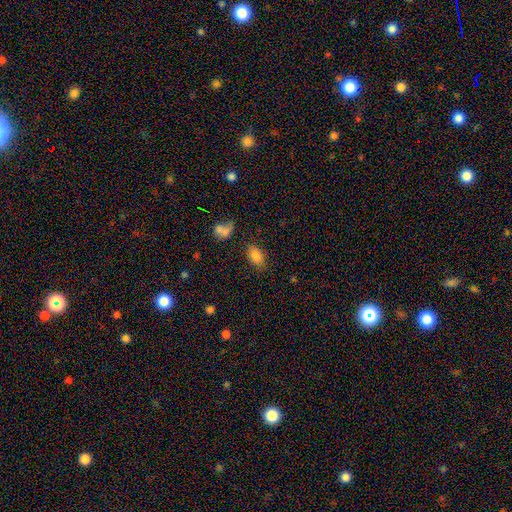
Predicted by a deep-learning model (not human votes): smooth_or_featured: smooth (p=0.84) [alt: star or artifact p=0.10]
how_rounded: in between (p=0.90) [alt: round p=0.07]
merging: none (p=0.77) [alt: minor disturbance p=0.14]